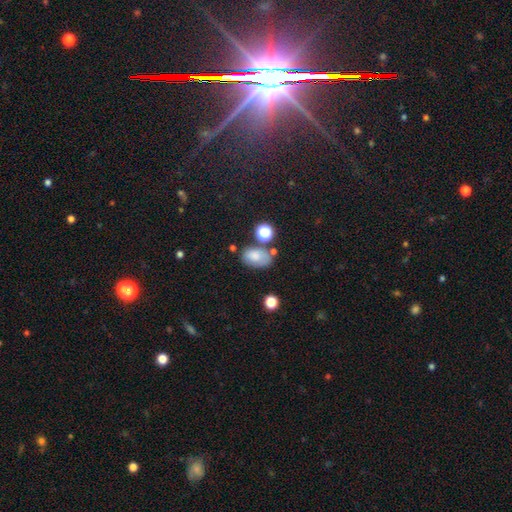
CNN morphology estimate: This appears to be a smooth galaxy with no disk features (74%) that is in between round and cigar-shaped (87%). Merging: none (57%).